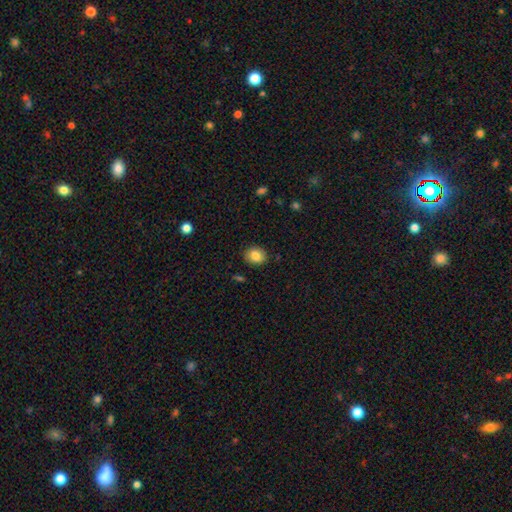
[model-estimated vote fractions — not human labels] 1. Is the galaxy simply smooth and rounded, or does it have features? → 85% smooth, 9% star or artifact, 6% featured or disk.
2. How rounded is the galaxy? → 52% in between, 47% round, 1% cigar-shaped.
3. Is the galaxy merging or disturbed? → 87% none, 10% minor disturbance, 2% major disturbance, 1% merger.